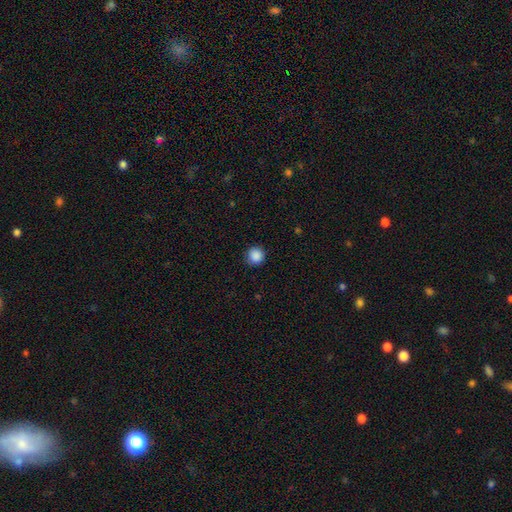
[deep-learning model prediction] Overall: smooth (88%). How rounded: round (95%). Merging: none (89%).